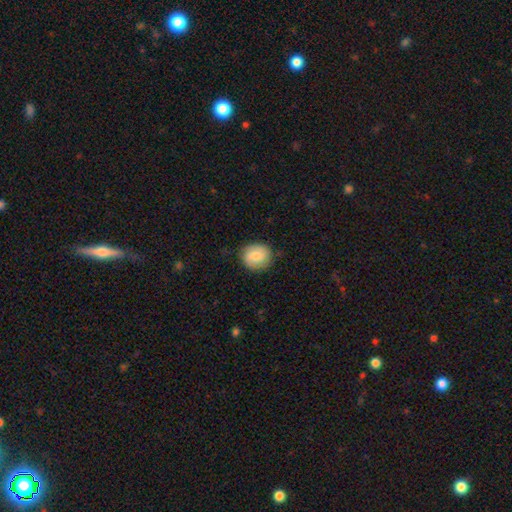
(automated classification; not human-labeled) This is likely a smooth galaxy (76%). How rounded: likely round (77%). Merging: clearly none (82%).